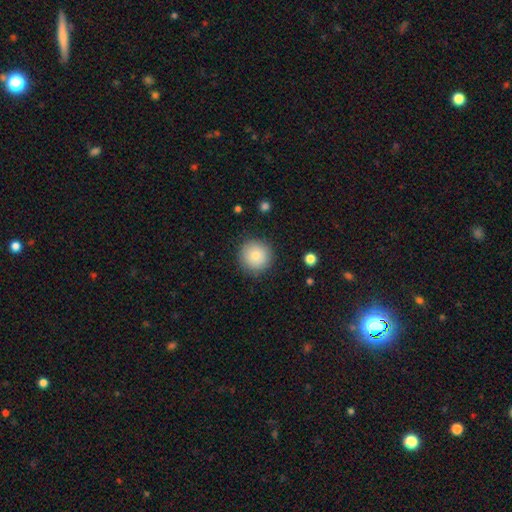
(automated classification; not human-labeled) The model was most divided on "smooth or featured": smooth: 81%, featured or disk: 10%, star or artifact: 9%. More confident: how rounded — round (95%); merging — none (89%).